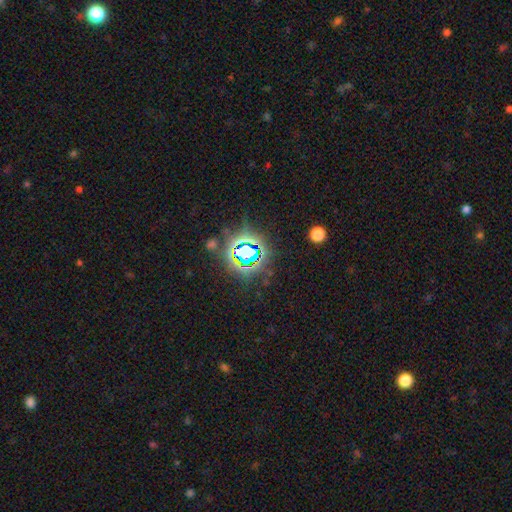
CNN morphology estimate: A star or artifact, not a galaxy (83%).